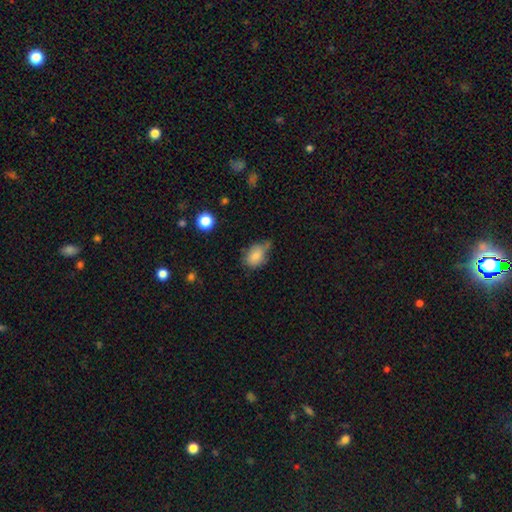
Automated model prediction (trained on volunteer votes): Smooth or featured: smooth — 80% (featured or disk — 11%)
How rounded: in between — 77% (round — 22%)
Merging: minor disturbance — 42% (none — 39%)